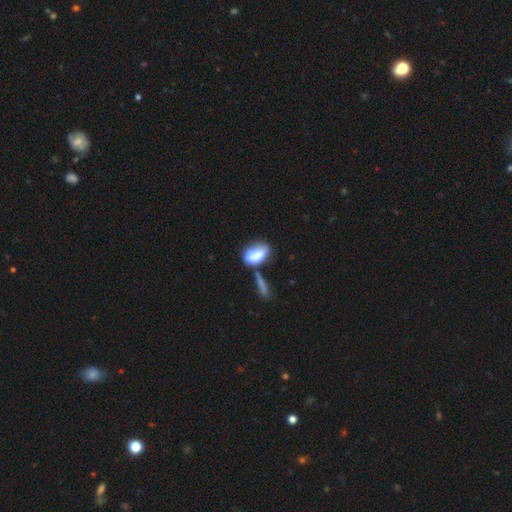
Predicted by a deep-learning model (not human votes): Smooth or featured: smooth — 72% (featured or disk — 19%)
How rounded: in between — 83% (round — 11%)
Merging: none — 38% (merger — 28%)